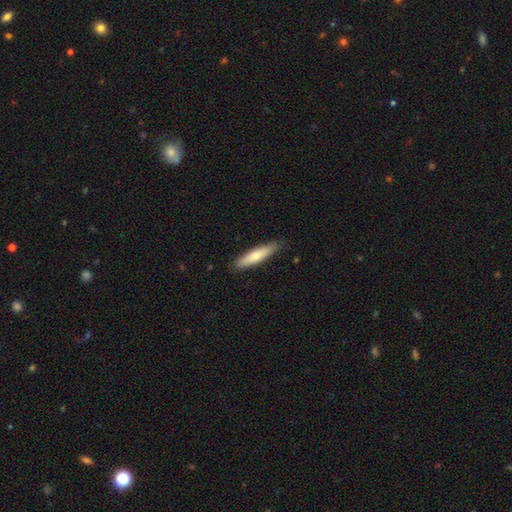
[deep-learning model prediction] Smooth or featured: smooth — 67% (featured or disk — 28%)
How rounded: cigar-shaped — 81% (in between — 17%)
Merging: none — 88% (minor disturbance — 9%)